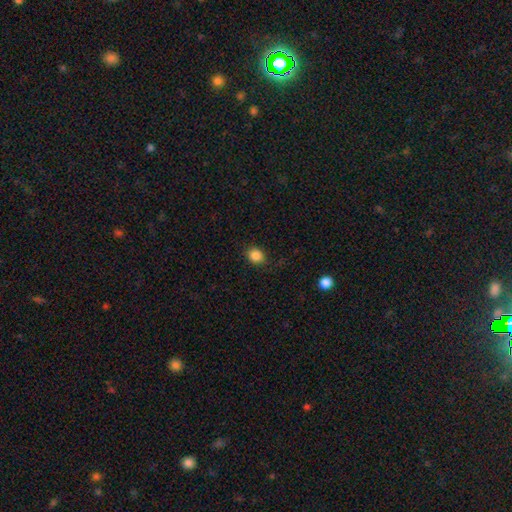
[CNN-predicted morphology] Smooth or featured?
  - smooth: 86% *
  - star or artifact: 11%
  - featured or disk: 4%
How rounded?
  - round: 65% *
  - in between: 34%
  - cigar-shaped: 1%
Merging?
  - none: 85% *
  - minor disturbance: 10%
  - major disturbance: 3%
  - merger: 1%